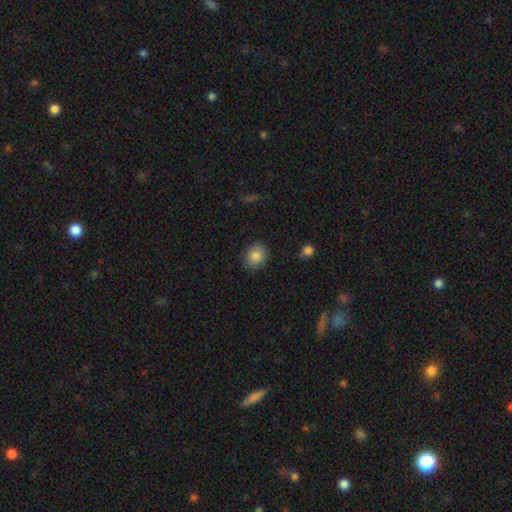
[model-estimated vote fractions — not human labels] smooth_or_featured: smooth (p=0.84) [alt: star or artifact p=0.09]
how_rounded: round (p=0.67) [alt: in between p=0.32]
merging: none (p=0.88) [alt: minor disturbance p=0.09]